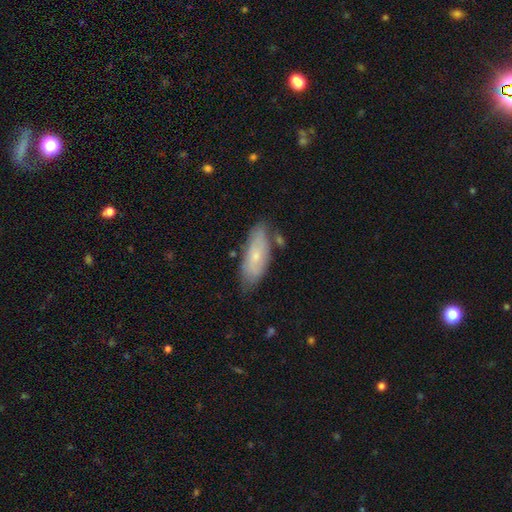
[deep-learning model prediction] This is likely a smooth galaxy (61%). How rounded: likely in between (73%). Merging: likely none (69%).